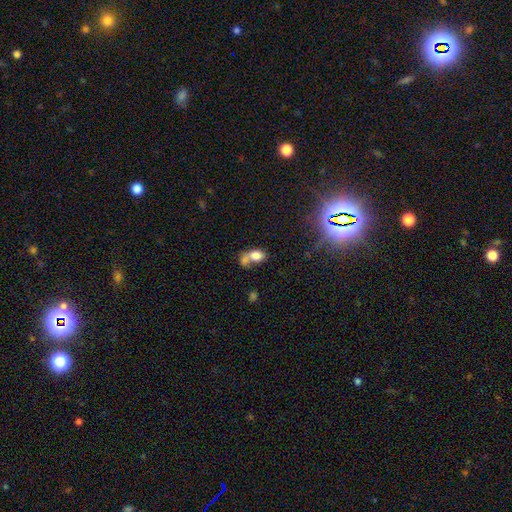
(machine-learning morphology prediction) A smooth galaxy with no disk features (73%) that is in between round and cigar-shaped (78%).

Vote fractions:
- Smooth or featured? smooth: 73% / featured or disk: 15% / star or artifact: 12%
- How rounded? in between: 78% / round: 19% / cigar-shaped: 3%
- Merging? merger: 56% / none: 23% / minor disturbance: 10% / major disturbance: 10%